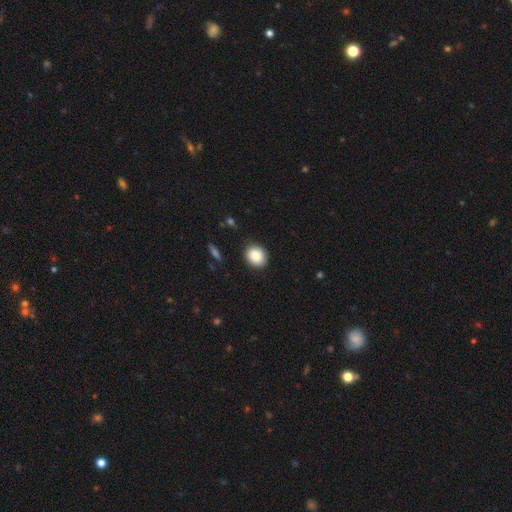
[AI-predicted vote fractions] Overall: smooth (86%). How rounded: round (56%; in between 43%). Merging: none (86%).